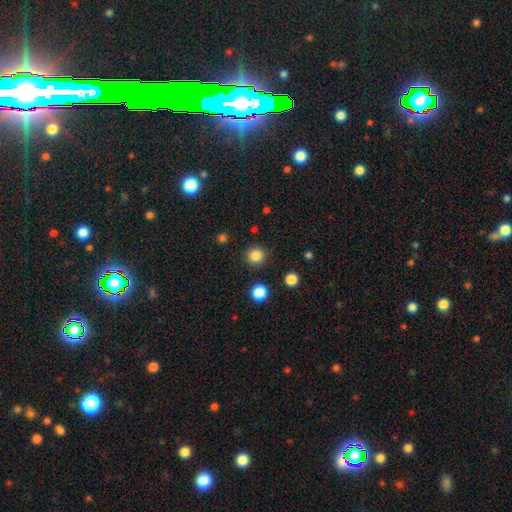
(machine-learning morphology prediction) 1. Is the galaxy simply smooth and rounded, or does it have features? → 84% smooth, 12% star or artifact, 4% featured or disk.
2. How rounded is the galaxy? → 94% round, 5% in between, 1% cigar-shaped.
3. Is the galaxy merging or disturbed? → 90% none, 6% minor disturbance, 2% major disturbance, 2% merger.